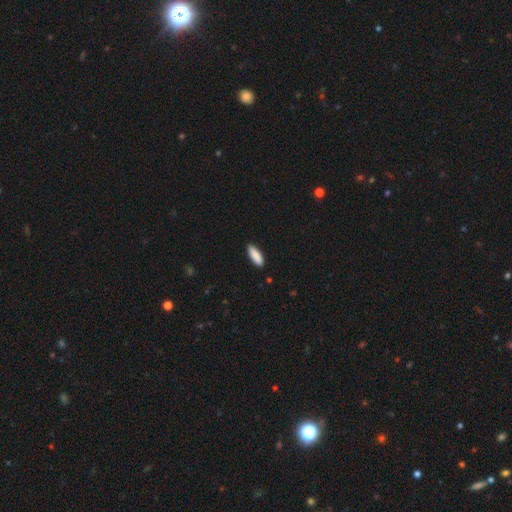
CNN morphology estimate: Overall: smooth (90%). How rounded: in between (57%; cigar-shaped 41%). Merging: none (89%).